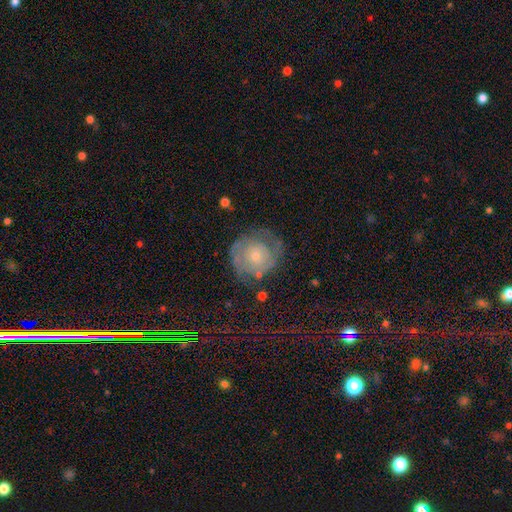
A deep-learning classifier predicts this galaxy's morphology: A featured or disk galaxy (57%) with no bar (80%), spiral arms (72%) and a small central bulge (59%).

Vote fractions:
- Smooth or featured? featured or disk: 57% / smooth: 33% / star or artifact: 10%
- Edge-on disk? no: 97% / yes: 3%
- Bar? no: 80% / weak: 18% / strong: 3%
- Spiral arms? yes: 72% / no: 28%
- Bulge size? small: 59% / moderate: 33% / none: 4% / large: 3% / dominant: 1%
- Merging? none: 62% / minor disturbance: 22% / major disturbance: 13% / merger: 3%